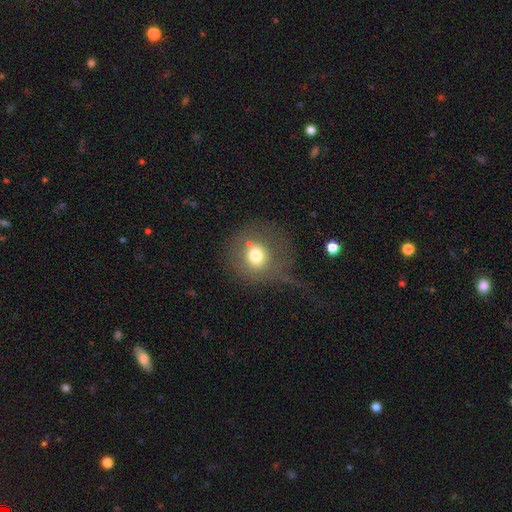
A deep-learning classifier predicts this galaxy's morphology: A smooth galaxy with no disk features (67%) that is round (86%).

Vote fractions:
- Smooth or featured? smooth: 67% / featured or disk: 21% / star or artifact: 12%
- How rounded? round: 86% / in between: 13% / cigar-shaped: 1%
- Merging? none: 50% / major disturbance: 27% / minor disturbance: 19% / merger: 4%